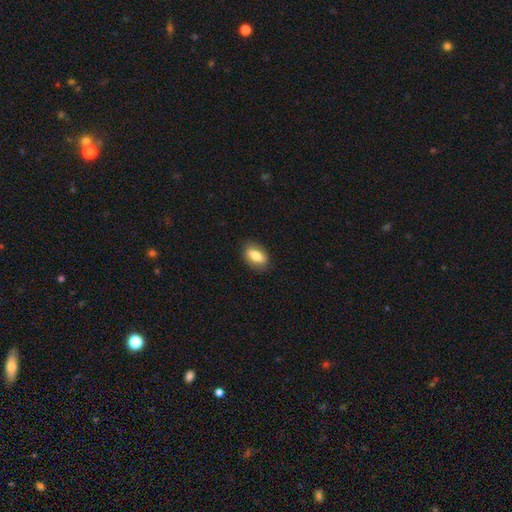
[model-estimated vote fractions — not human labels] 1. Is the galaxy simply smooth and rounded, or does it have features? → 79% smooth, 14% featured or disk, 7% star or artifact.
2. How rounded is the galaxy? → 88% in between, 7% round, 5% cigar-shaped.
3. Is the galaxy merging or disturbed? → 85% none, 11% minor disturbance, 3% major disturbance, 1% merger.